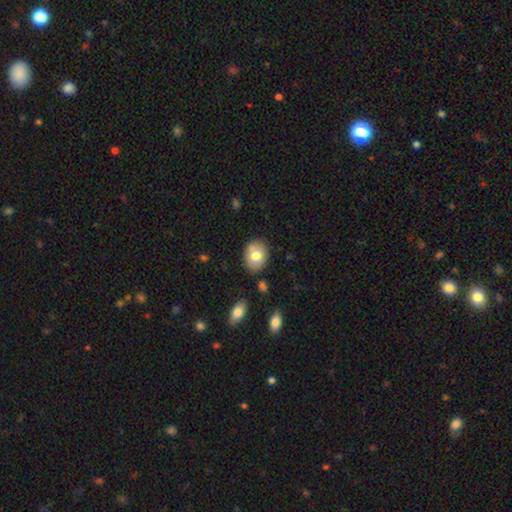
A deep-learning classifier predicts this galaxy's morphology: Overall: smooth (75%). How rounded: in between (56%; round 43%). Merging: none (80%).